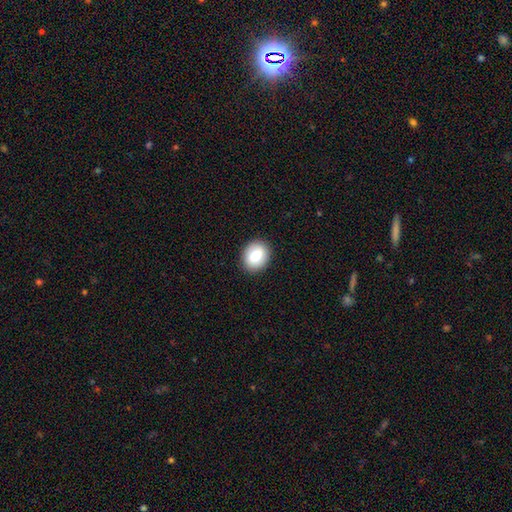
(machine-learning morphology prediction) smooth 81%, featured or disk 11%, star or artifact 8%. Down the decision tree: how rounded — round (54%); merging — none (90%).